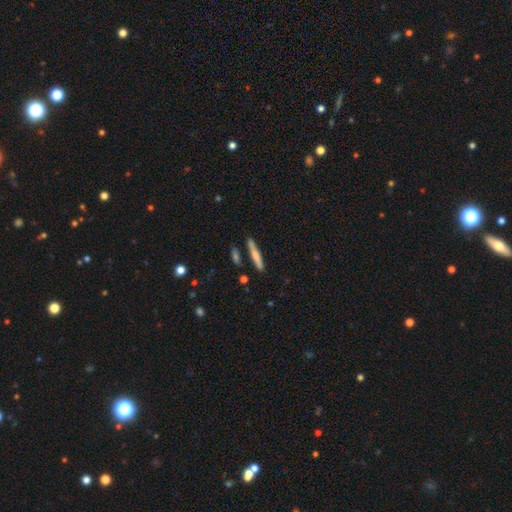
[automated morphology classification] Smooth or featured? Predicted: smooth (p=0.66). How rounded? Predicted: cigar-shaped (p=0.92). Merging? Predicted: none (p=0.81).